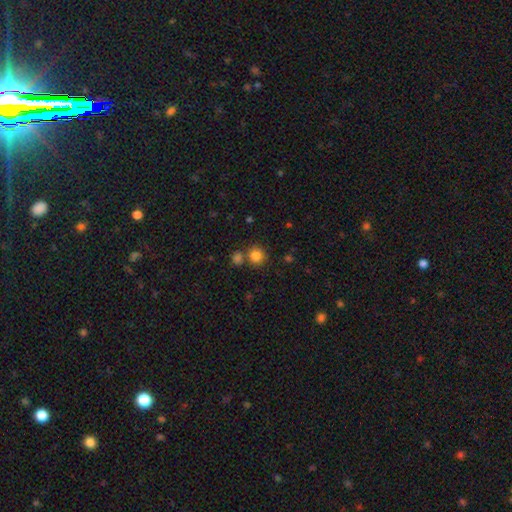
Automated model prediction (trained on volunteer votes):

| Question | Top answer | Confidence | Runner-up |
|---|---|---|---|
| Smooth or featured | smooth | 82% | star or artifact (12%) |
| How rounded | round | 89% | in between (10%) |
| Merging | none | 71% | merger (17%) |